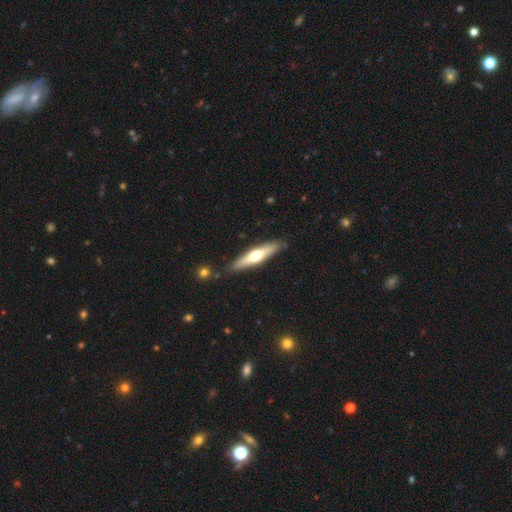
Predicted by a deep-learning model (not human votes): This appears to be a featured or disk galaxy (51%) viewed edge-on (91%). Merging: none (86%).